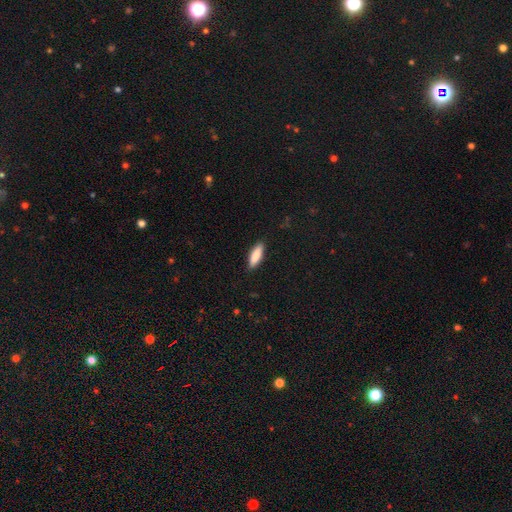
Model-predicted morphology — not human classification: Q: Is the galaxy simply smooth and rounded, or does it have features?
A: smooth — 86%.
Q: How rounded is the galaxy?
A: in between — 52%.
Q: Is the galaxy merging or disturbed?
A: none — 89%.